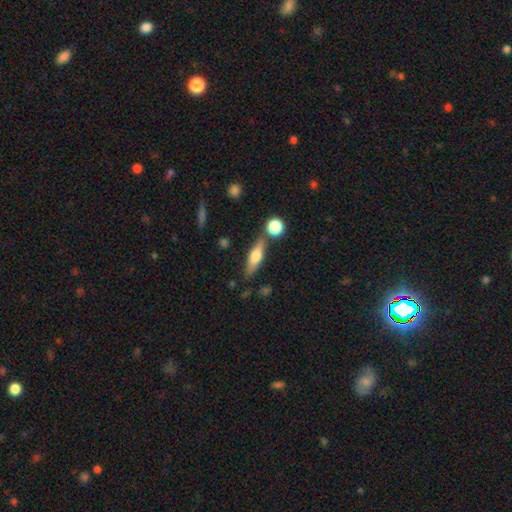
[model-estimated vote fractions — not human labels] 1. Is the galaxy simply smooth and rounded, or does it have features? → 52% smooth, 41% featured or disk, 7% star or artifact.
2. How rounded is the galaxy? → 58% cigar-shaped, 38% in between, 4% round.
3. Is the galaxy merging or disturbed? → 74% none, 13% minor disturbance, 10% merger, 4% major disturbance.